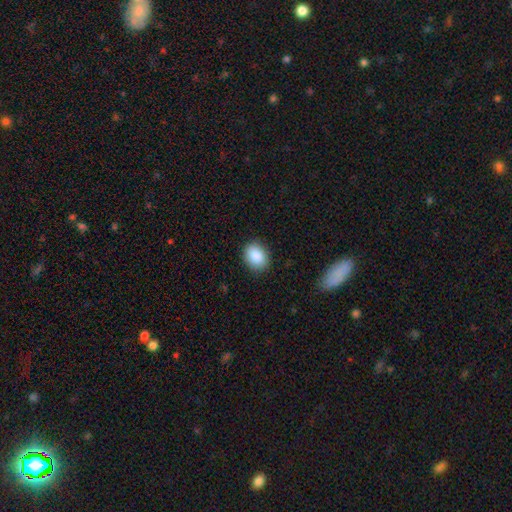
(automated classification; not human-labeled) Smooth or featured? Predicted: smooth (p=0.88). How rounded? Predicted: in between (p=0.60). Merging? Predicted: none (p=0.88).